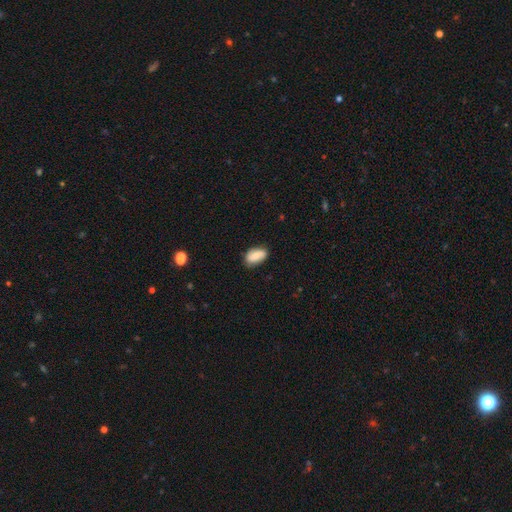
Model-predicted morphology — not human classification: smooth_or_featured: smooth (p=0.78) [alt: featured or disk p=0.15]
how_rounded: in between (p=0.92) [alt: round p=0.06]
merging: none (p=0.77) [alt: minor disturbance p=0.18]